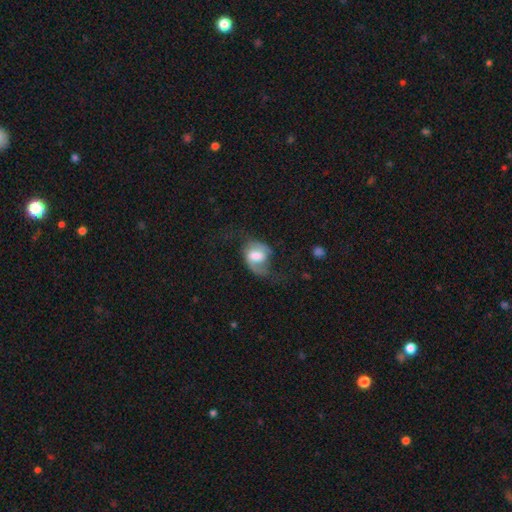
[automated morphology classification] This appears to be a featured or disk galaxy (54%) with a weak bar (44%), spiral arms (79%) and a moderate central bulge (48%). Merging: none (40%).